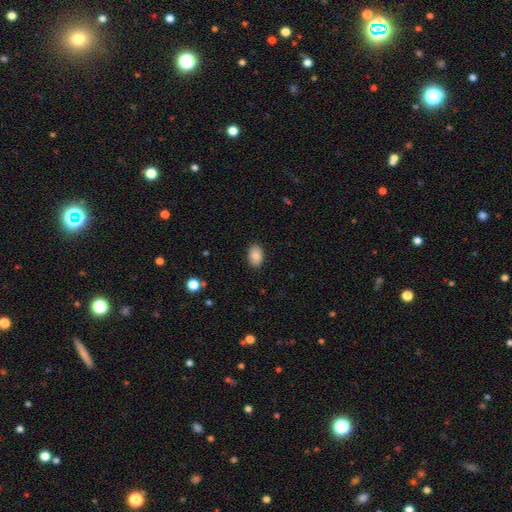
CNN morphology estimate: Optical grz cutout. It shows a smooth galaxy with no disk features (85%) that is in between round and cigar-shaped (86%). Merging: none (88%).